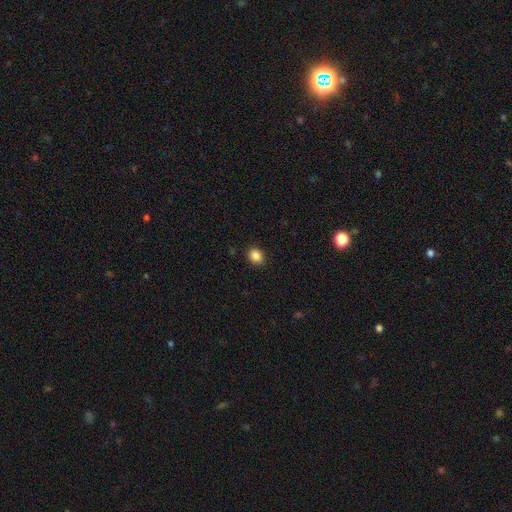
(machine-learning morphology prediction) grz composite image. It shows a smooth galaxy with no disk features (86%) that is round (62%). Merging: none (90%).